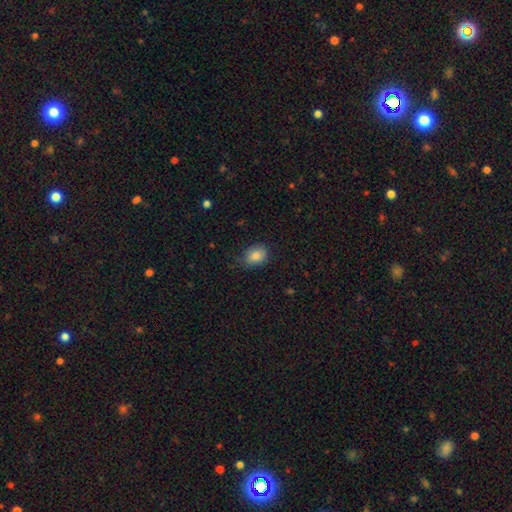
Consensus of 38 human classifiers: This is clearly a smooth galaxy (89%). How rounded: possibly in between (56%). Merging: likely none (78%).